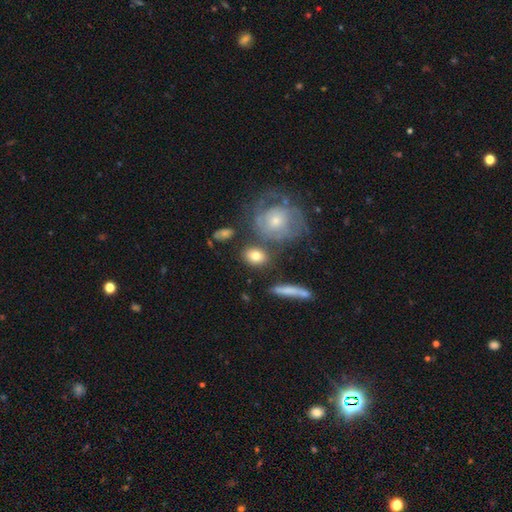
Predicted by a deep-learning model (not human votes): smooth 75%, featured or disk 17%, star or artifact 8%. Down the decision tree: how rounded — in between (55%); merging — none (68%).